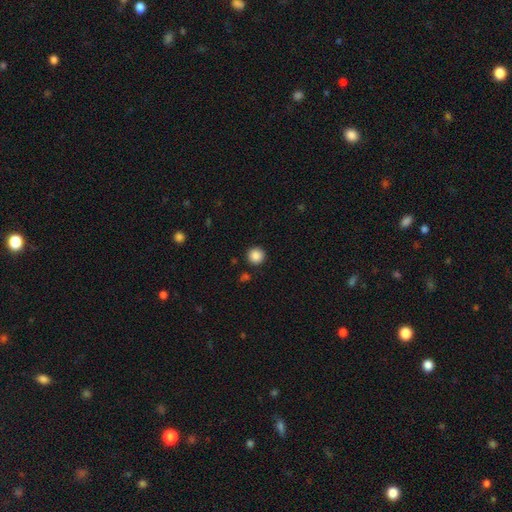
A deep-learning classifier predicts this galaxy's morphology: This is clearly a smooth galaxy (87%). How rounded: clearly round (95%). Merging: clearly none (91%).